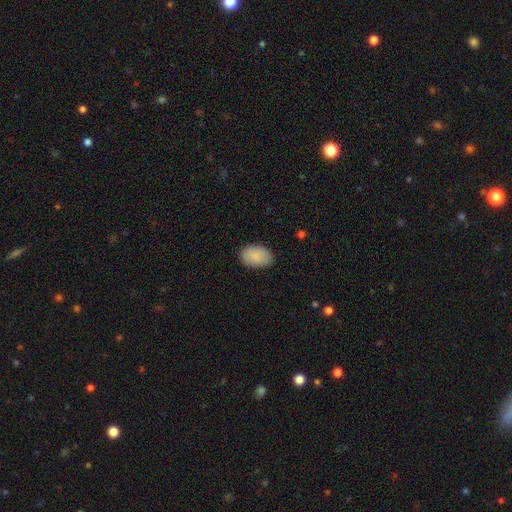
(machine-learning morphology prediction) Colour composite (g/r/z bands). It shows a smooth galaxy with no disk features (89%) that is in between round and cigar-shaped (91%). Merging: none (87%).